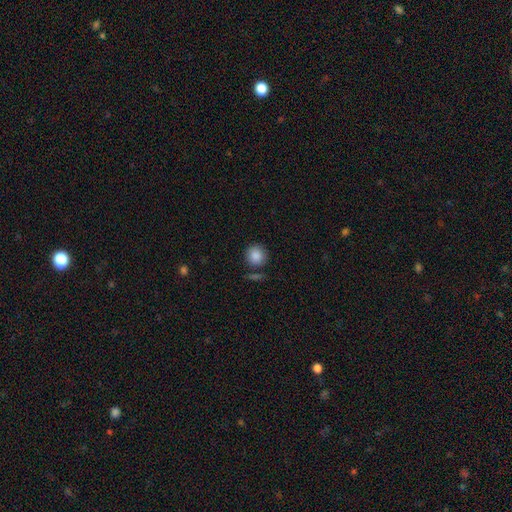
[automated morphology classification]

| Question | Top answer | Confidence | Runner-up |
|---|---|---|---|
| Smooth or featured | smooth | 88% | star or artifact (8%) |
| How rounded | round | 90% | in between (9%) |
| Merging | none | 80% | minor disturbance (11%) |